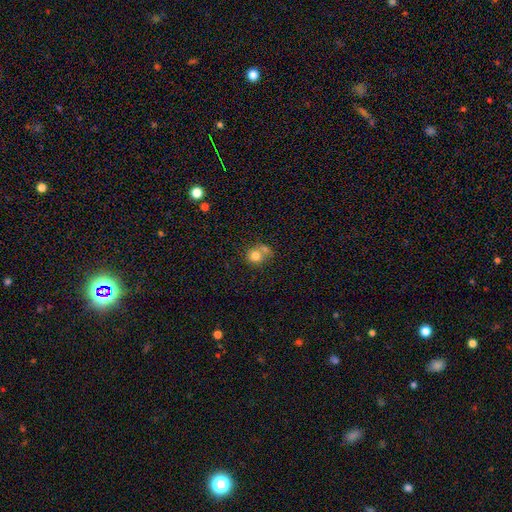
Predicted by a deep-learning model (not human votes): Q: Smooth or featured?
A: smooth (78%); runner-up: featured or disk (11%)
Q: How rounded?
A: round (82%); runner-up: in between (17%)
Q: Merging?
A: none (43%); runner-up: merger (41%)